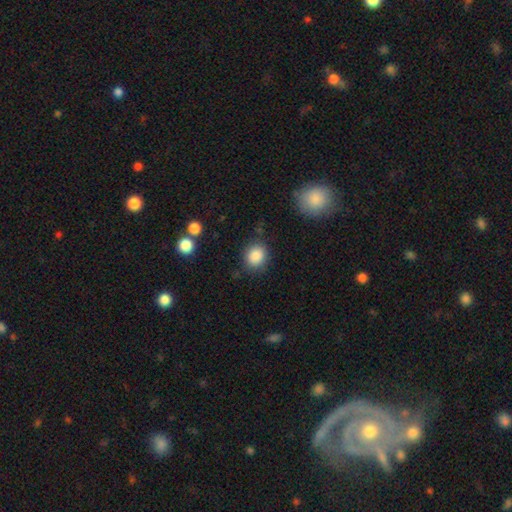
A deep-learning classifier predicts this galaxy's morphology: This appears to be a smooth galaxy with no disk features (87%) that is round (68%). Merging: none (82%).